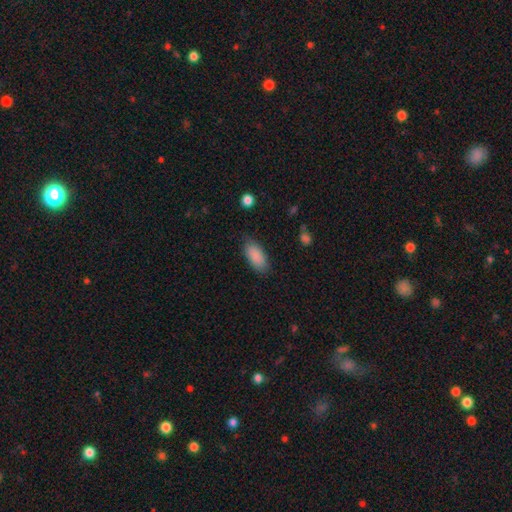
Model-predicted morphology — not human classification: This appears to be a smooth galaxy with no disk features (89%) that is in between round and cigar-shaped (87%). Merging: none (81%).